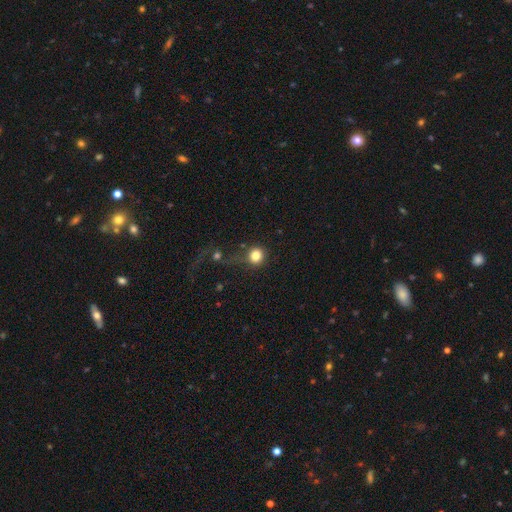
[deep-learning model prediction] smooth 82%, star or artifact 11%, featured or disk 7%. Down the decision tree: how rounded — round (90%); merging — none (63%).